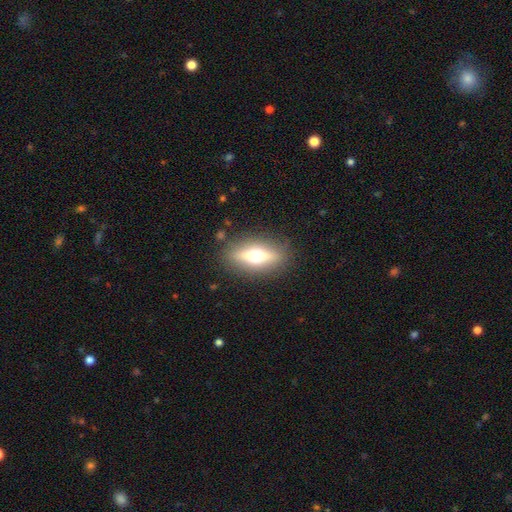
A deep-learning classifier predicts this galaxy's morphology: This appears to be a featured or disk galaxy (46%). Merging: none (86%).